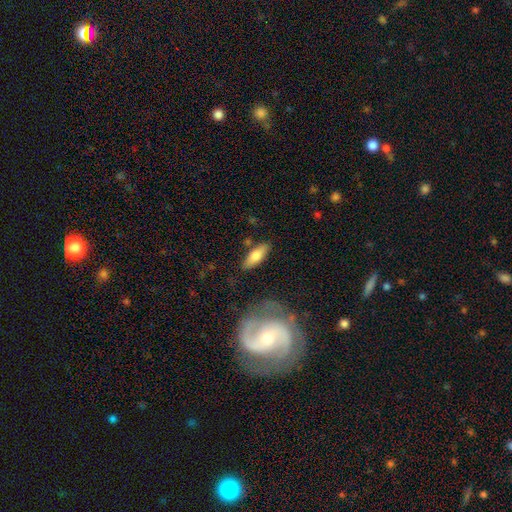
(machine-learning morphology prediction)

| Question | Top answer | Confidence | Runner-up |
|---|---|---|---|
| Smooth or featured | smooth | 72% | featured or disk (22%) |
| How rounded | in between | 64% | cigar-shaped (34%) |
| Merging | none | 80% | minor disturbance (12%) |